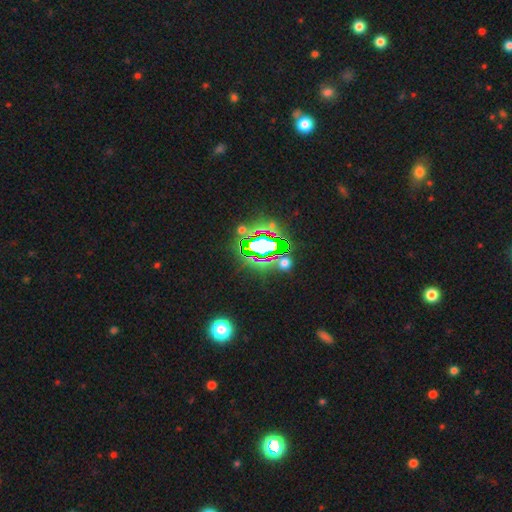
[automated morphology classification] Smooth or featured: star or artifact — 70% (smooth — 15%)